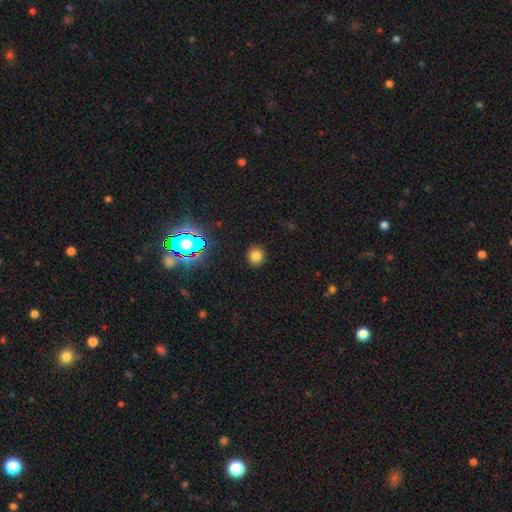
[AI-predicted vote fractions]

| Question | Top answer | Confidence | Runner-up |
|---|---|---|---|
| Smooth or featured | smooth | 77% | star or artifact (17%) |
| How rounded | round | 84% | in between (15%) |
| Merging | none | 89% | minor disturbance (7%) |